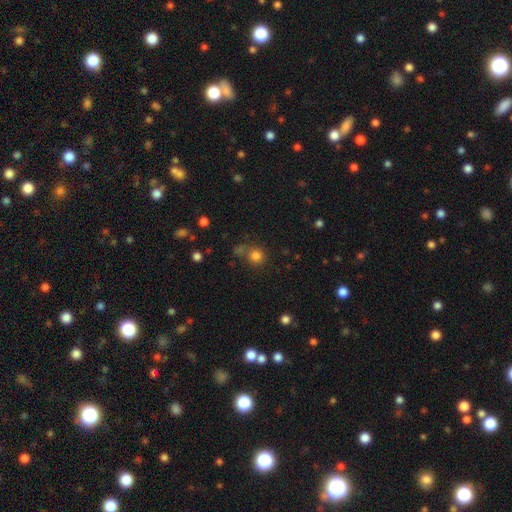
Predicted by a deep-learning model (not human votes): This is likely a smooth galaxy (79%). How rounded: clearly round (88%). Merging: likely none (64%).